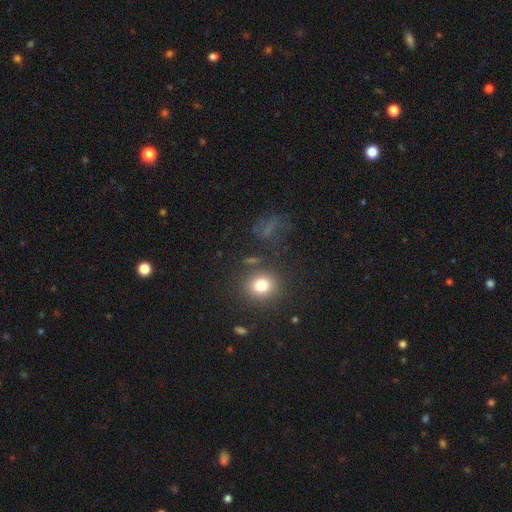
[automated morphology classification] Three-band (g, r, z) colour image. It shows a smooth galaxy with no disk features (56%) that is round (87%). Merging: none (75%).